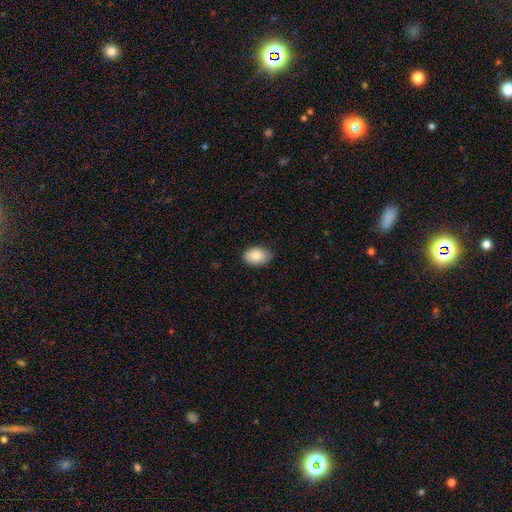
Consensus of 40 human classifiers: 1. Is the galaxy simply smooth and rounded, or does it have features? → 90% smooth, 10% featured or disk, 0% star or artifact.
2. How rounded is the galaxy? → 89% in between, 11% round, 0% cigar-shaped.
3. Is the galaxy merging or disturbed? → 85% none, 15% minor disturbance, 0% major disturbance, 0% merger.